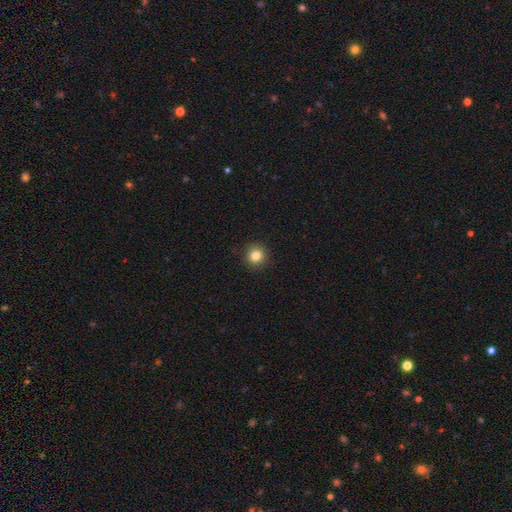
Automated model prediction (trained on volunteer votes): smooth 82%, star or artifact 12%, featured or disk 6%. Down the decision tree: how rounded — round (93%); merging — none (93%).